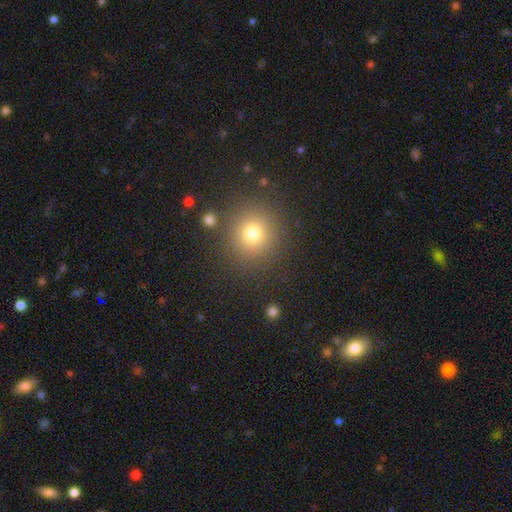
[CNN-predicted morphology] smooth_or_featured: smooth (p=0.65) [alt: star or artifact p=0.28]
how_rounded: round (p=0.91) [alt: in between p=0.08]
merging: none (p=0.90) [alt: minor disturbance p=0.05]